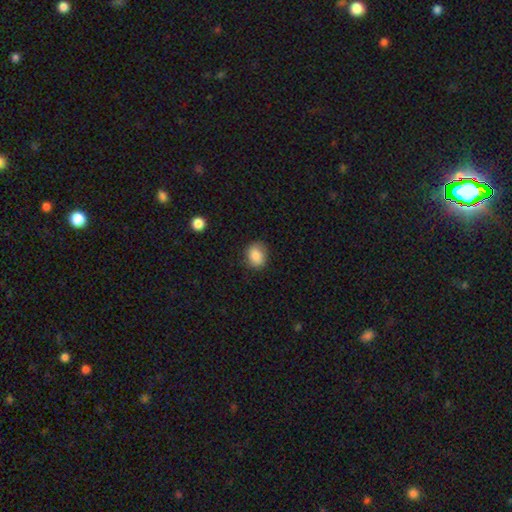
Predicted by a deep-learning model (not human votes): This appears to be a smooth galaxy with no disk features (86%) that is round (52%). Merging: none (81%).